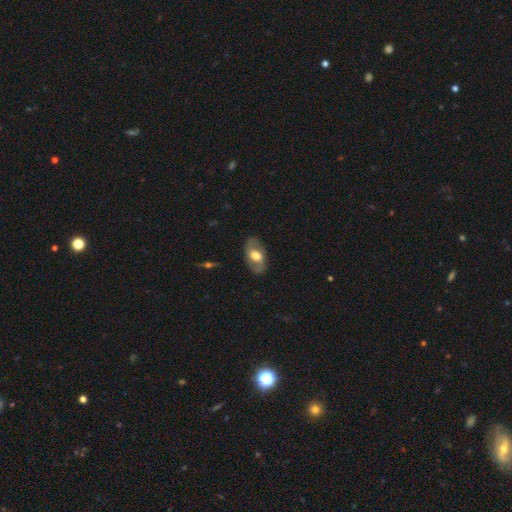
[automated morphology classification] A featured or disk galaxy (57%) with no bar (52%), spiral arms (64%) and a moderate central bulge (55%). Merging: none (81%).